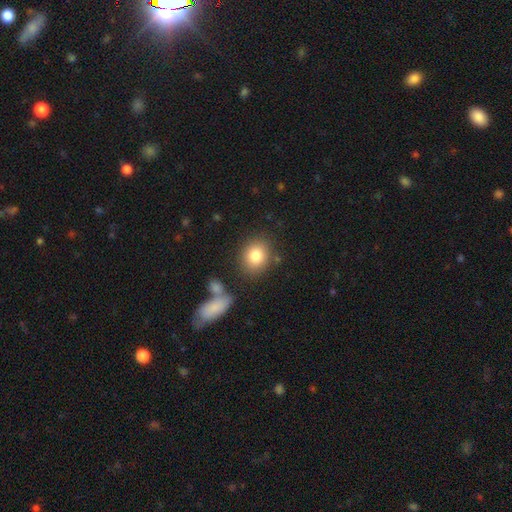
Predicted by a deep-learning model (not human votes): smooth-or-featured: smooth: 82% | star or artifact: 9% | featured or disk: 9%
  how-rounded: round: 64% | in between: 35% | cigar-shaped: 1%
  merging: none: 78% | minor disturbance: 11% | merger: 7% | major disturbance: 4%